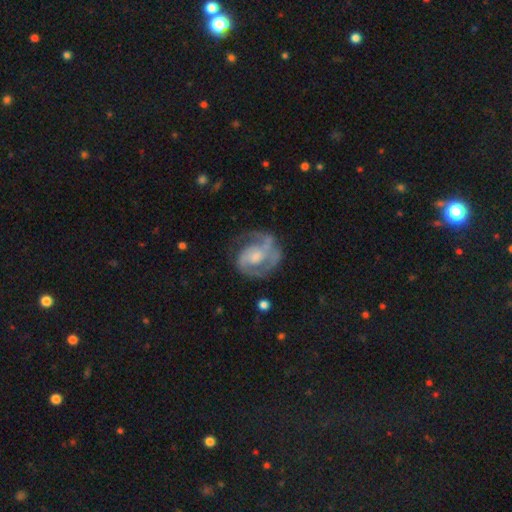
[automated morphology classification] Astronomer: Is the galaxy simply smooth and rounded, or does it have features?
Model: featured or disk — 81%.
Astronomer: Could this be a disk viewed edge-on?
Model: no — 98%.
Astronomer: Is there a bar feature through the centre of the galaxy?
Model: no — 56% (runner-up: weak, 35%).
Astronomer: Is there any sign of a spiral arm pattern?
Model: yes — 92%.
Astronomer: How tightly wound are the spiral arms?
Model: medium — 43%, tied with tight at 43%.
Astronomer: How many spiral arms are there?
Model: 2 — 56%.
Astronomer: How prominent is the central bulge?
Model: moderate — 46% (runner-up: small, 34%).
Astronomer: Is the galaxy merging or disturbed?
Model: none — 60%.